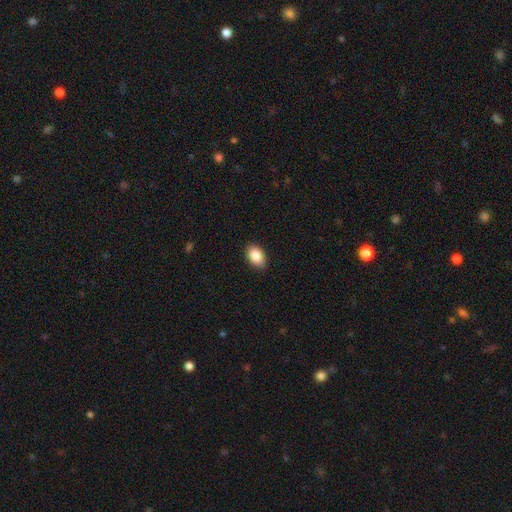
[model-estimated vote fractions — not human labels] Smooth or featured: smooth — 88% (star or artifact — 7%)
How rounded: in between — 86% (round — 13%)
Merging: none — 87% (minor disturbance — 10%)